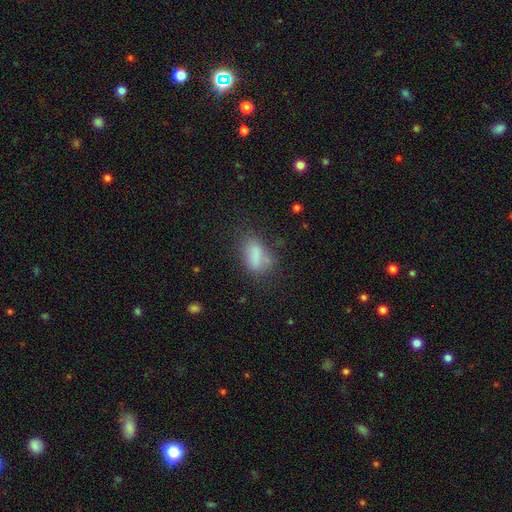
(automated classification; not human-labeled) A smooth galaxy with no disk features (76%) that is in between round and cigar-shaped (87%).

Vote fractions:
- Smooth or featured? smooth: 76% / featured or disk: 13% / star or artifact: 10%
- How rounded? in between: 87% / round: 8% / cigar-shaped: 5%
- Merging? none: 49% / minor disturbance: 27% / major disturbance: 17% / merger: 7%